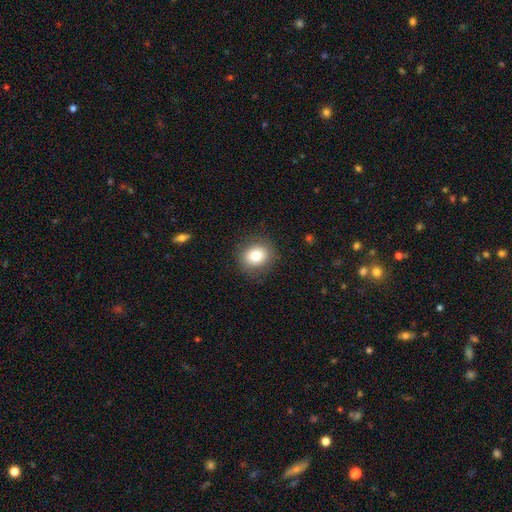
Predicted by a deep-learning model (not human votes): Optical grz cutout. It shows a smooth galaxy with no disk features (79%) that is round (76%). Merging: none (87%).